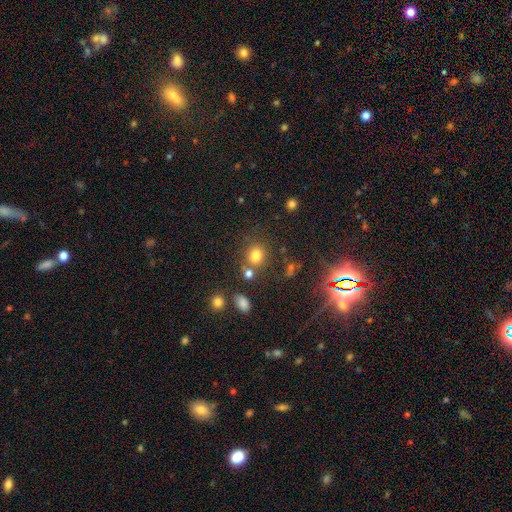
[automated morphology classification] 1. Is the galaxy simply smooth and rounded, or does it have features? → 77% smooth, 16% star or artifact, 8% featured or disk.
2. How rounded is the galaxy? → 78% round, 21% in between, 1% cigar-shaped.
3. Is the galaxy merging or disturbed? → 70% none, 14% merger, 11% minor disturbance, 5% major disturbance.